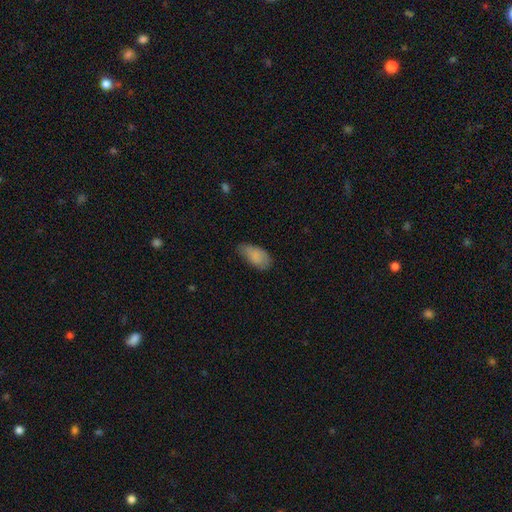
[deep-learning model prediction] Smooth or featured? smooth (84%)
How rounded? in between (93%)
Merging? none (56%)